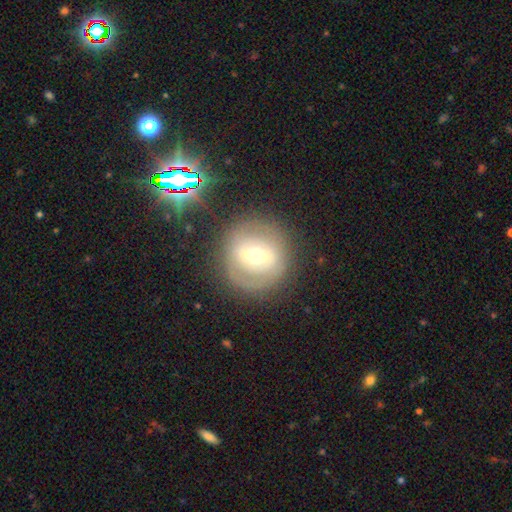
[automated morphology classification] Q: Smooth or featured?
A: featured or disk (58%); runner-up: smooth (33%)
Q: Edge-on disk?
A: no (93%); runner-up: yes (7%)
Q: Bar?
A: strong (41%); runner-up: weak (39%)
Q: Spiral arms?
A: no (65%); runner-up: yes (35%)
Q: Bulge size?
A: moderate (70%); runner-up: small (18%)
Q: Merging?
A: none (79%); runner-up: minor disturbance (12%)